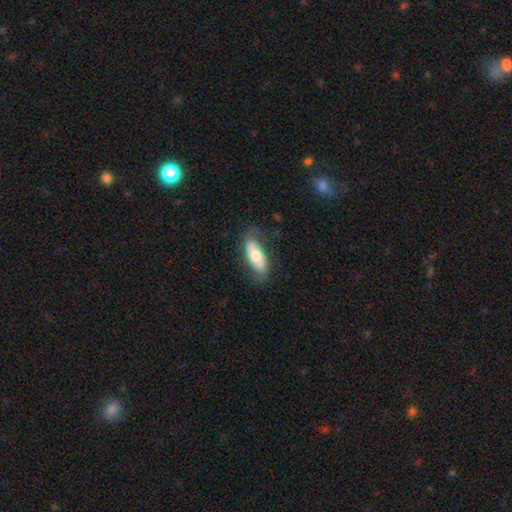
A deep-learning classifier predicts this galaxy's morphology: Smooth or featured: smooth — 61% (featured or disk — 34%)
How rounded: in between — 75% (cigar-shaped — 22%)
Merging: none — 70% (minor disturbance — 20%)